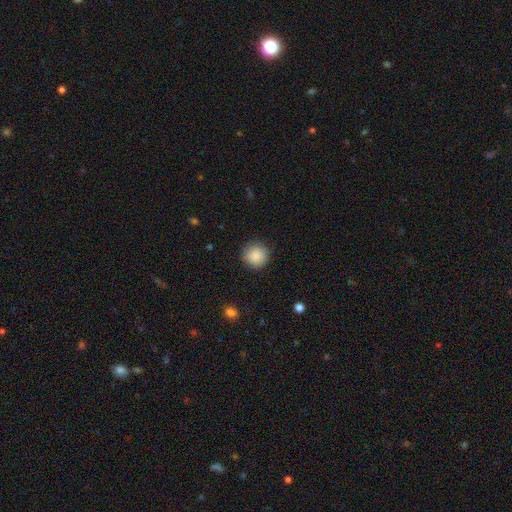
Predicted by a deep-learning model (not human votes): Morphology: type=smooth (88%); roundness=round (94%); merging=none (88%).